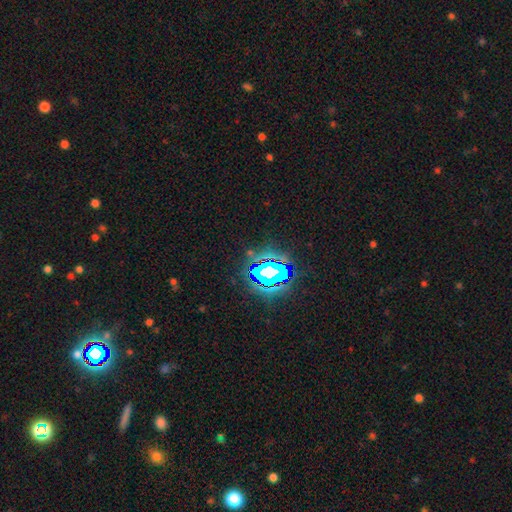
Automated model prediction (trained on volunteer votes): Q: Smooth or featured?
A: star or artifact (80%); runner-up: smooth (12%)